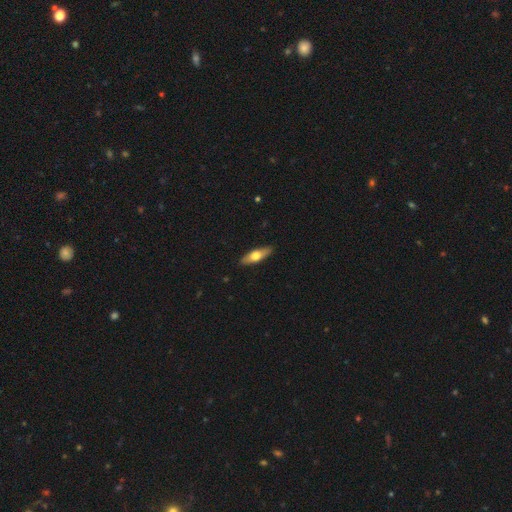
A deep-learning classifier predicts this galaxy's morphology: smooth 54%, featured or disk 40%, star or artifact 5%. Down the decision tree: how rounded — cigar-shaped (49%); merging — none (90%).